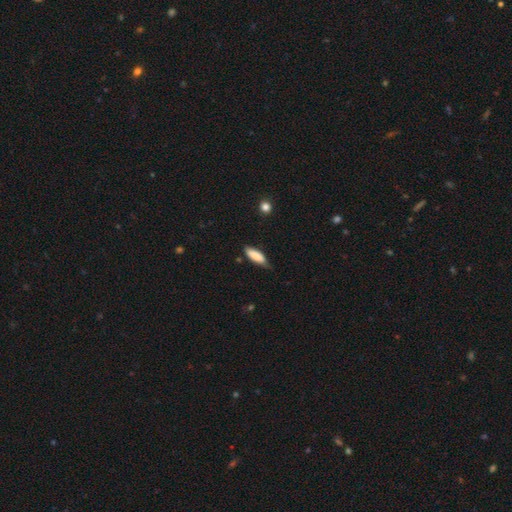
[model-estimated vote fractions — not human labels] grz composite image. It shows a smooth galaxy with no disk features (83%) that is in between round and cigar-shaped (67%). Merging: none (60%).